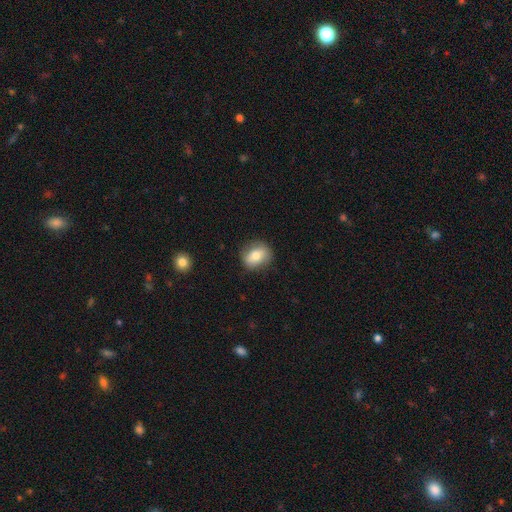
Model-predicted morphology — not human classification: Smooth or featured?
  - smooth: 73% *
  - featured or disk: 19%
  - star or artifact: 8%
How rounded?
  - round: 54% *
  - in between: 45%
  - cigar-shaped: 2%
Merging?
  - none: 83% *
  - minor disturbance: 13%
  - major disturbance: 3%
  - merger: 1%